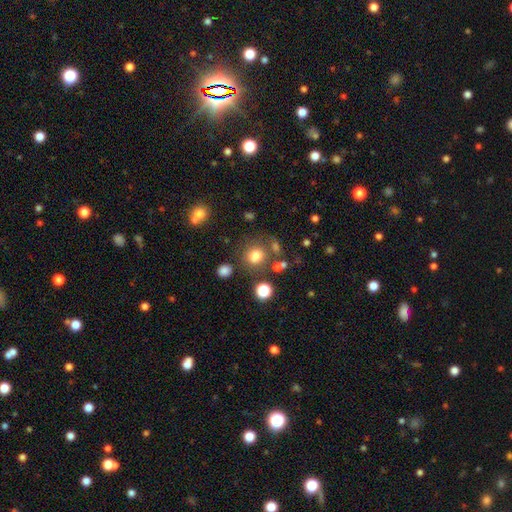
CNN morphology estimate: This appears to be a smooth galaxy with no disk features (75%) that is round (84%). Merging: none (73%).